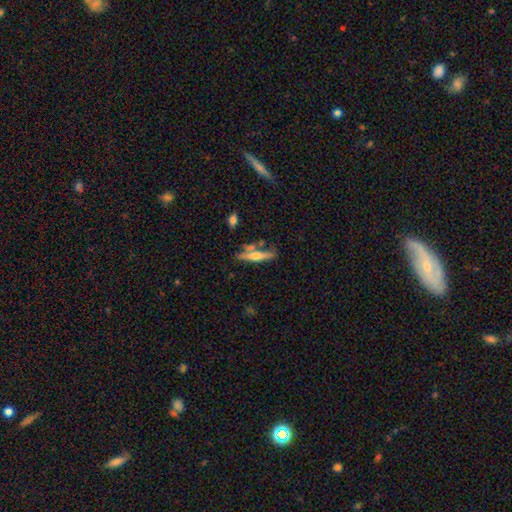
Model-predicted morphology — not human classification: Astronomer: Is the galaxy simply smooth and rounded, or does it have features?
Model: featured or disk — 48% (runner-up: smooth, 45%).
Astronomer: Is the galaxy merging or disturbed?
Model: none — 68%.